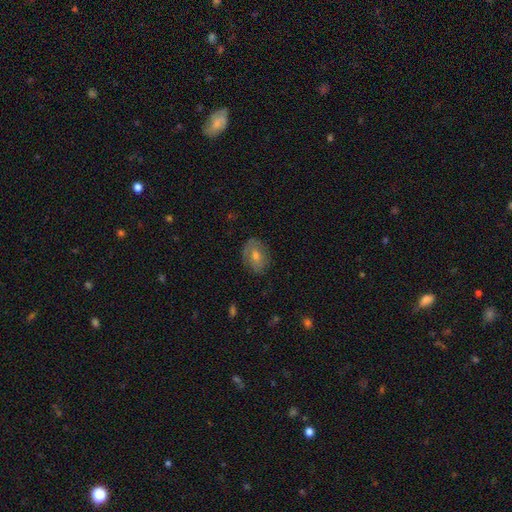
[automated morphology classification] This is possibly a smooth galaxy (50%). Merging: likely none (78%).